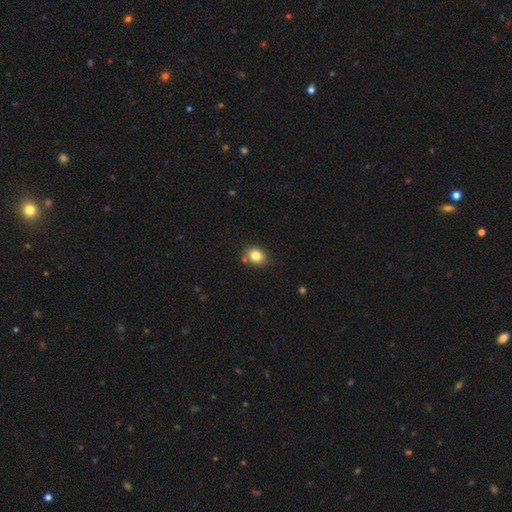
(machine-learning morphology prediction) This appears to be a smooth galaxy with no disk features (82%) that is round (54%). Merging: none (77%).